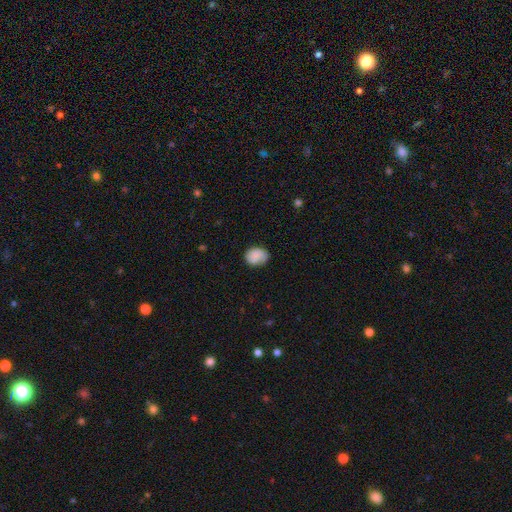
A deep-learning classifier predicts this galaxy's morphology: This is clearly a smooth galaxy (83%). How rounded: possibly round (55%). Merging: likely none (71%).